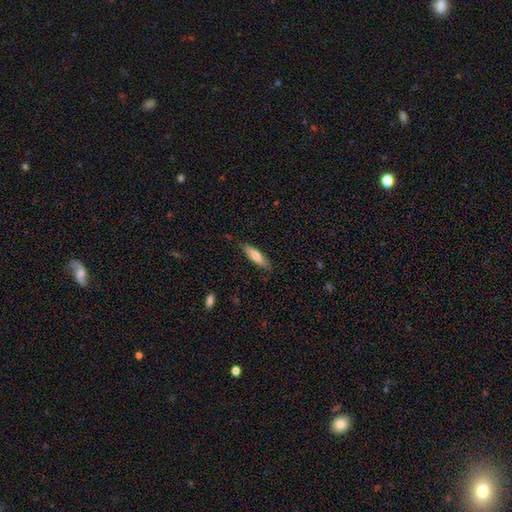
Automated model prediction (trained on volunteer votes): A smooth galaxy with no disk features (74%) that is cigar-shaped (60%).

Vote fractions:
- Smooth or featured? smooth: 74% / featured or disk: 20% / star or artifact: 6%
- How rounded? cigar-shaped: 60% / in between: 38% / round: 2%
- Merging? none: 81% / minor disturbance: 15% / major disturbance: 3% / merger: 1%